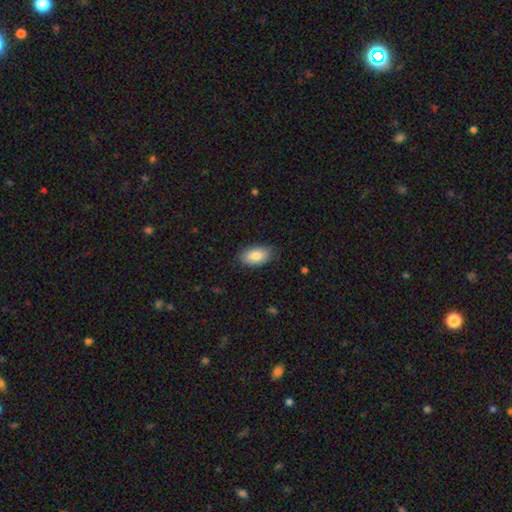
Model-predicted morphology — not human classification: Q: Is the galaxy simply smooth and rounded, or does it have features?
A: smooth — 82%.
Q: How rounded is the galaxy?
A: in between — 93%.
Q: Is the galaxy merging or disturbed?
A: none — 84%.